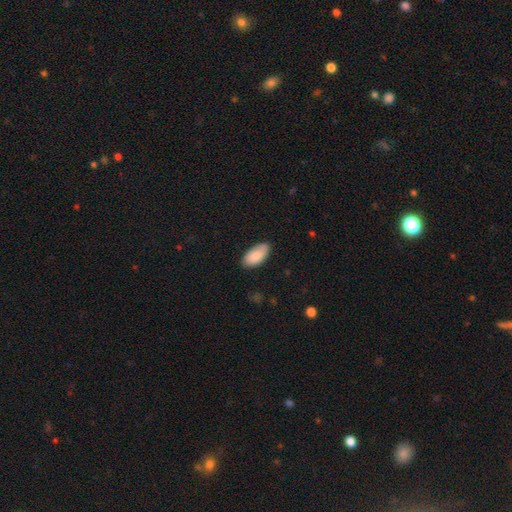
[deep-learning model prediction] Smooth or featured: smooth — 86% (featured or disk — 8%)
How rounded: in between — 94% (cigar-shaped — 4%)
Merging: none — 78% (minor disturbance — 18%)